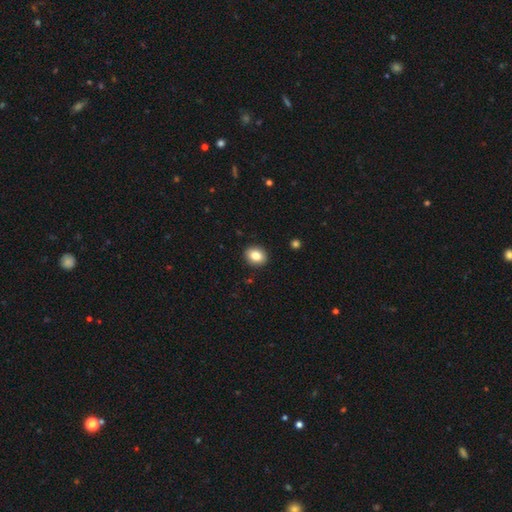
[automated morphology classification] This appears to be a smooth galaxy with no disk features (85%) that is in between round and cigar-shaped (51%). Merging: none (91%).